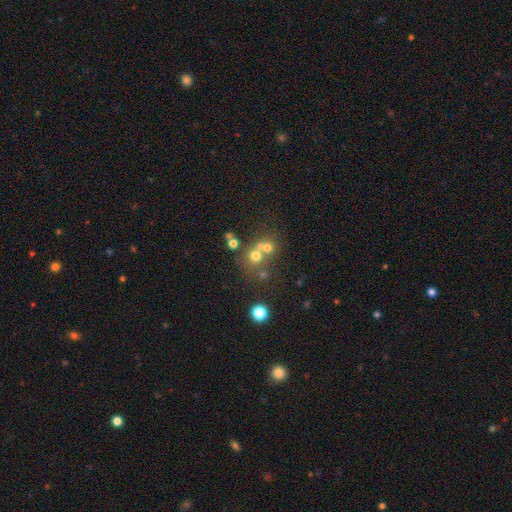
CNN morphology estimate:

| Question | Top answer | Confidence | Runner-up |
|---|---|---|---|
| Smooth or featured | smooth | 61% | star or artifact (20%) |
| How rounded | round | 85% | in between (14%) |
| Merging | none | 46% | merger (43%) |